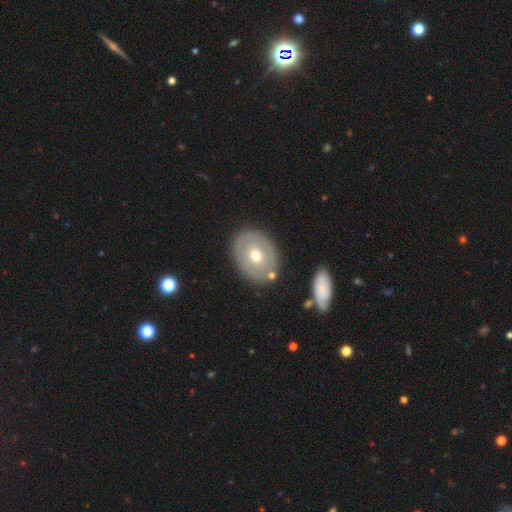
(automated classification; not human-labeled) A smooth galaxy with no disk features (49%). Merging: none (81%).